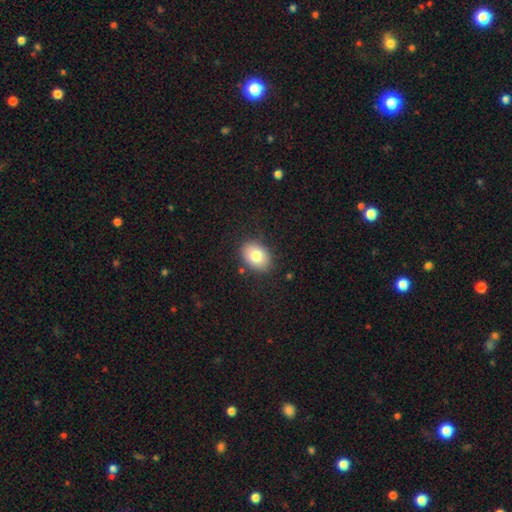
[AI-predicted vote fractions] Smooth or featured? Predicted: smooth (p=0.80). How rounded? Predicted: in between (p=0.73). Merging? Predicted: none (p=0.85).